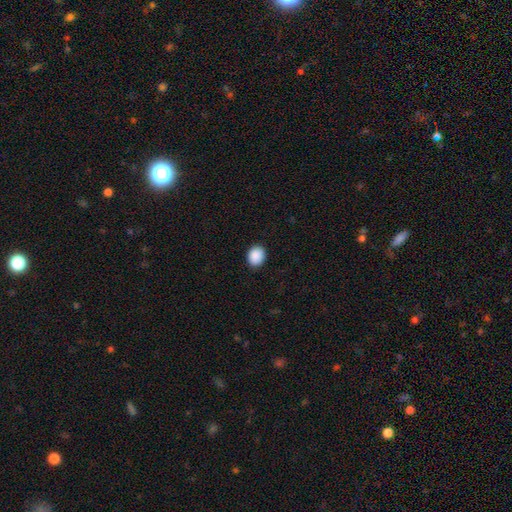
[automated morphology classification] smooth_or_featured: smooth (p=0.90) [alt: star or artifact p=0.08]
how_rounded: round (p=0.59) [alt: in between p=0.40]
merging: none (p=0.90) [alt: minor disturbance p=0.07]